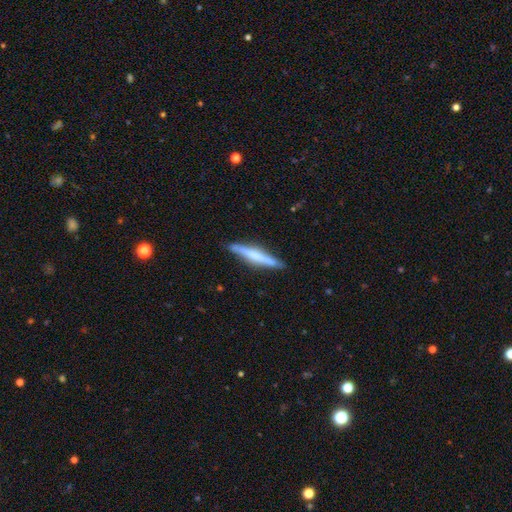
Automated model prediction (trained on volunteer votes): This appears to be a featured or disk galaxy (51%) viewed edge-on (96%). Merging: none (88%).